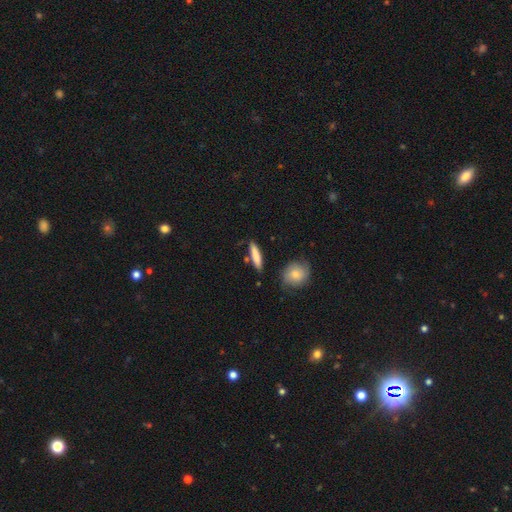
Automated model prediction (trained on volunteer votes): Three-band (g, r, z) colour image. It shows a smooth galaxy with no disk features (79%) that is cigar-shaped (83%). Merging: none (82%).